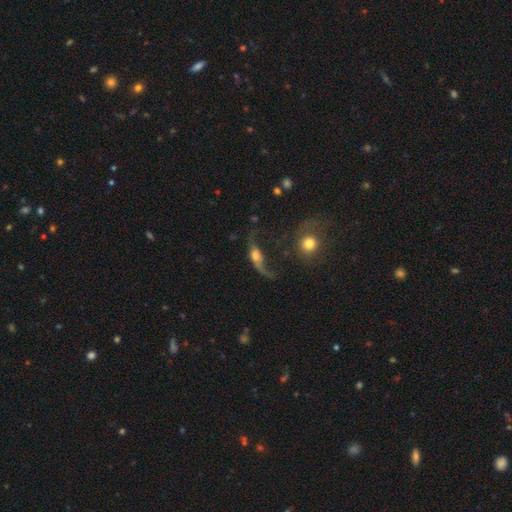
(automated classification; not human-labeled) Overall: featured or disk (52%; smooth 38%). Edge-on disk: no (73%). Merging: major disturbance (49%; none 25%).